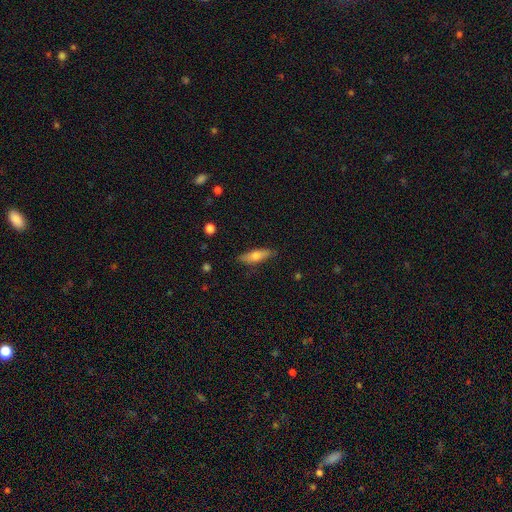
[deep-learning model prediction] smooth-or-featured: smooth: 62% | featured or disk: 31% | star or artifact: 6%
  how-rounded: cigar-shaped: 57% | in between: 41% | round: 2%
  merging: none: 84% | minor disturbance: 12% | major disturbance: 2% | merger: 1%